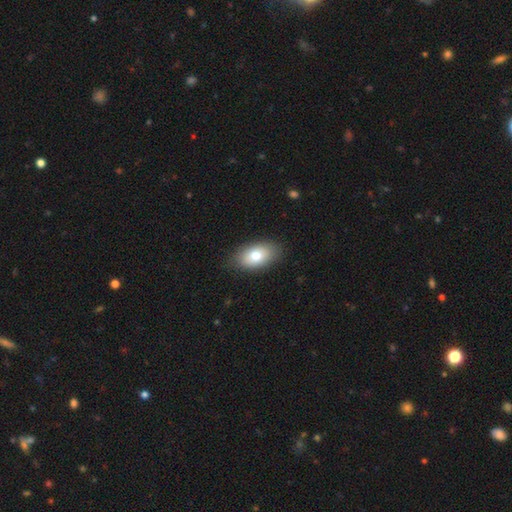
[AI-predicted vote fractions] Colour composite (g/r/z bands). It shows a smooth galaxy with no disk features (77%) that is in between round and cigar-shaped (92%). Merging: none (86%).